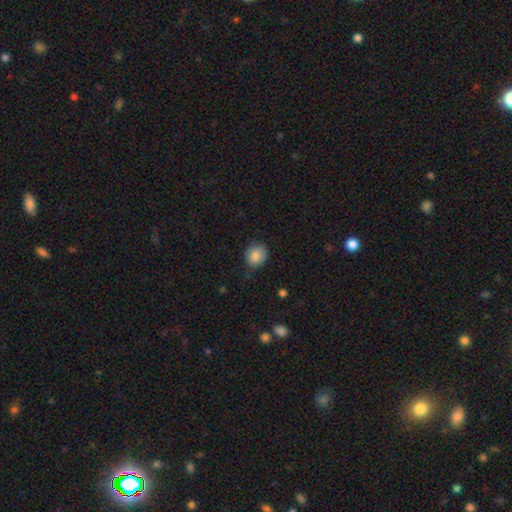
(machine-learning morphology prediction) The model was most divided on "how rounded": round: 75%, in between: 24%, cigar-shaped: 1%. More confident: smooth or featured — smooth (86%); merging — none (74%).